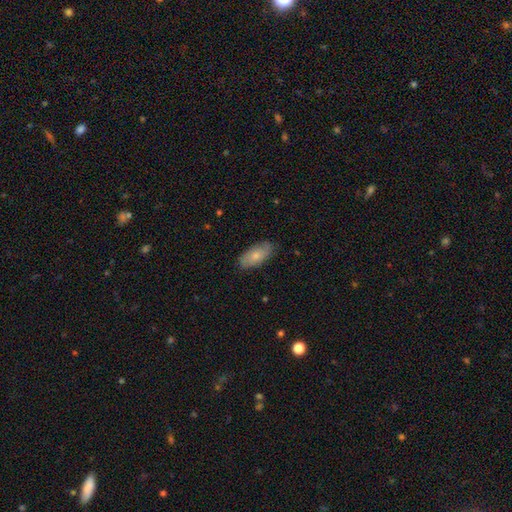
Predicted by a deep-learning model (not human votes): A smooth galaxy with no disk features (74%) that is in between round and cigar-shaped (90%).

Vote fractions:
- Smooth or featured? smooth: 74% / featured or disk: 20% / star or artifact: 6%
- How rounded? in between: 90% / cigar-shaped: 8% / round: 3%
- Merging? none: 82% / minor disturbance: 14% / major disturbance: 3% / merger: 1%